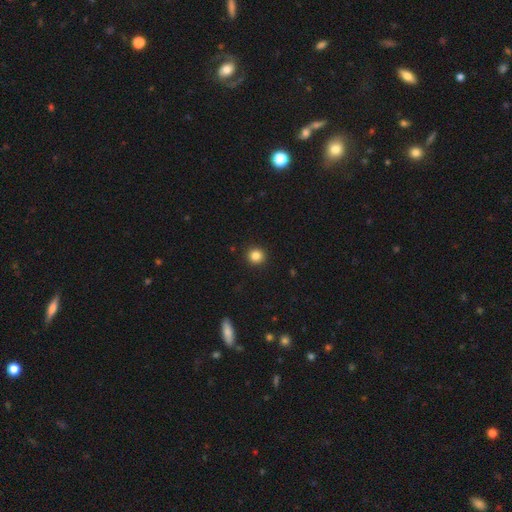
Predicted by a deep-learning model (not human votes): A smooth galaxy with no disk features (84%) that is round (94%). Merging: none (93%).